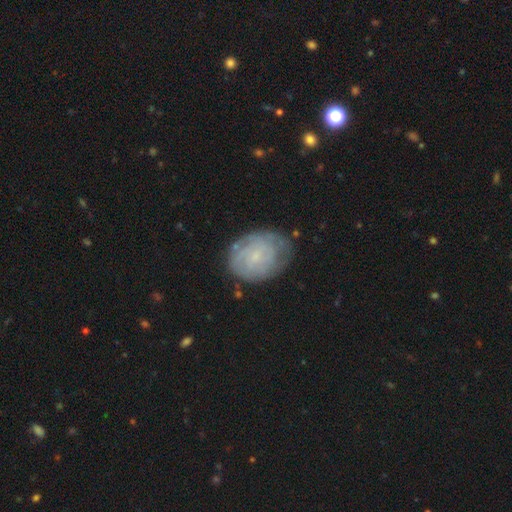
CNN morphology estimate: Smooth or featured?
  - featured or disk: 58% *
  - smooth: 34%
  - star or artifact: 8%
Edge-on disk?
  - no: 97% *
  - yes: 3%
Bar?
  - no: 69% *
  - weak: 27%
  - strong: 4%
Spiral arms?
  - yes: 77% *
  - no: 23%
Bulge size?
  - small: 71% *
  - none: 13%
  - moderate: 13%
  - large: 1%
  - dominant: 1%
Merging?
  - none: 68% *
  - minor disturbance: 23%
  - major disturbance: 8%
  - merger: 2%